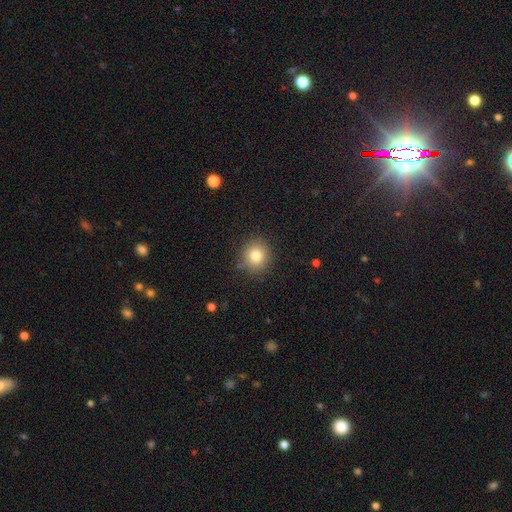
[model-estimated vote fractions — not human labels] Smooth or featured? smooth (81%)
How rounded? round (88%)
Merging? none (86%)